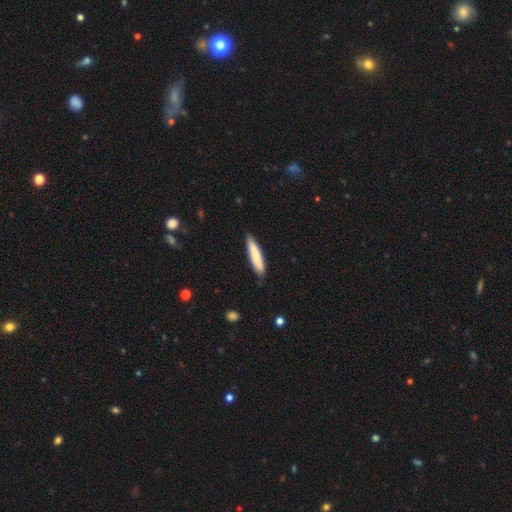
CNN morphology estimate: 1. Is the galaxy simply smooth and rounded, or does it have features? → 79% smooth, 16% featured or disk, 5% star or artifact.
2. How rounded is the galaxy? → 86% cigar-shaped, 13% in between, 1% round.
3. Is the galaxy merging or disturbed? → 86% none, 11% minor disturbance, 2% major disturbance, 1% merger.